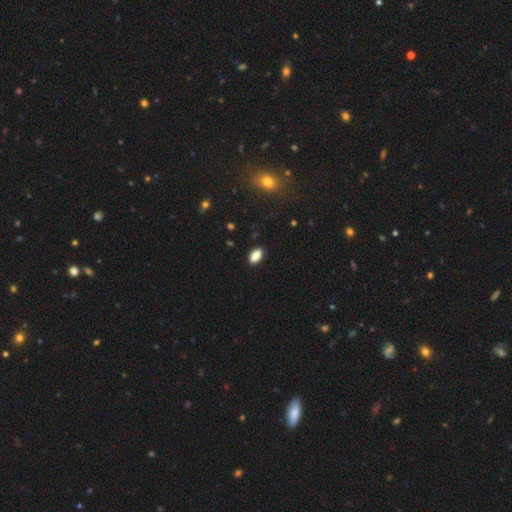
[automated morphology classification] smooth_or_featured: smooth (p=0.84) [alt: star or artifact p=0.08]
how_rounded: in between (p=0.90) [alt: cigar-shaped p=0.06]
merging: none (p=0.88) [alt: minor disturbance p=0.09]